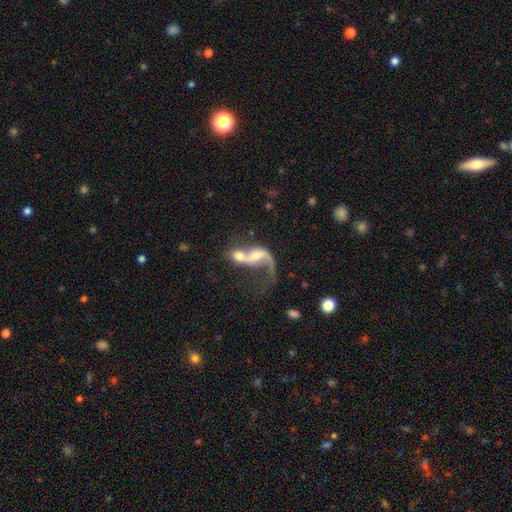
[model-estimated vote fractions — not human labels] This appears to be a featured or disk galaxy (68%) with no bar (46%), 2 (51%) loose (87%) spiral arms (78%) and a moderate central bulge (43%). Merging: merger (68%).